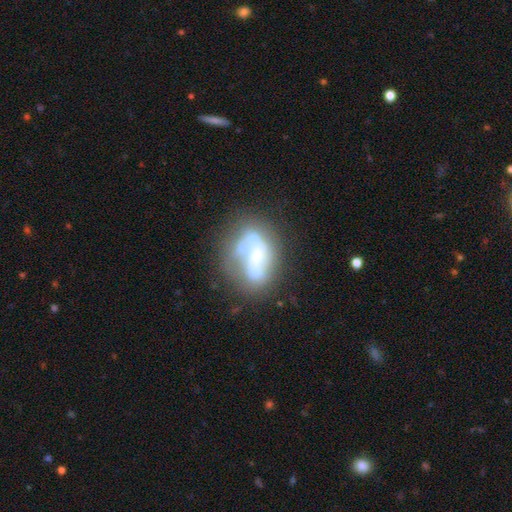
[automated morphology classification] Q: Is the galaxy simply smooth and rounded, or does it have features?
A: featured or disk — 72%.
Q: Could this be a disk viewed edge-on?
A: no — 97%.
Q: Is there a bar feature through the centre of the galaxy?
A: no — 42%.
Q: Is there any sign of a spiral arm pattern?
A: yes — 66%.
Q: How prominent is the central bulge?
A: small — 42%.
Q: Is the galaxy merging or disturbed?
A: none — 42%.